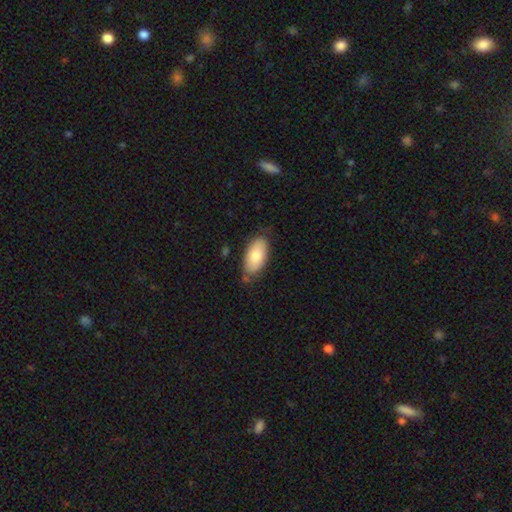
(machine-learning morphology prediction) This appears to be a smooth galaxy with no disk features (78%) that is in between round and cigar-shaped (93%). Merging: none (73%).